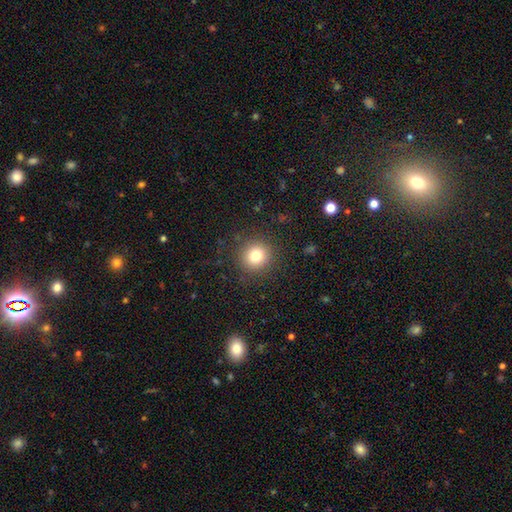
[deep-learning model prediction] Smooth or featured? smooth (79%)
How rounded? round (93%)
Merging? none (89%)